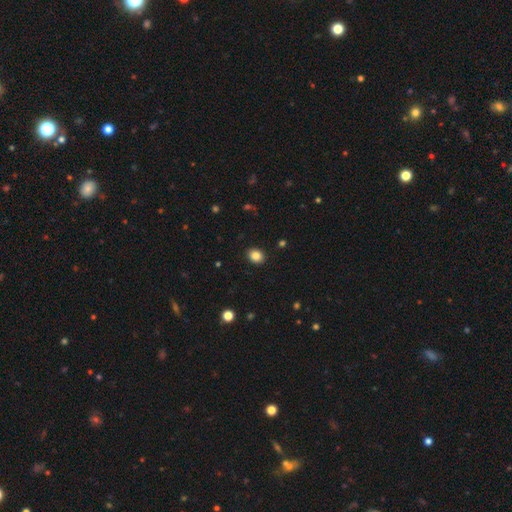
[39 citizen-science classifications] Smooth or featured? 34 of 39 (87%) said smooth. How rounded? 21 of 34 (62%) said round. Merging? 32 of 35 (91%) said none.